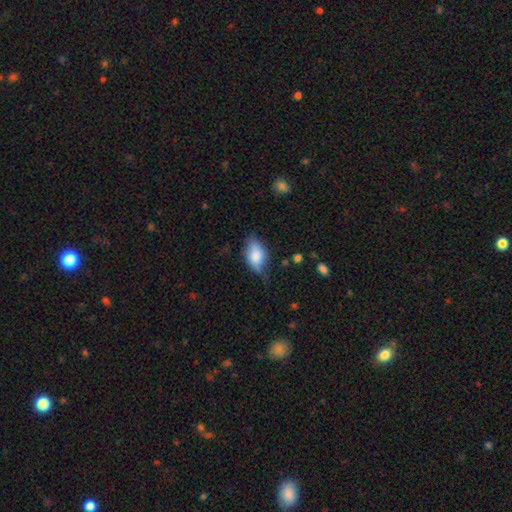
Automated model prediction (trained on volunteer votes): smooth-or-featured: smooth: 73% | featured or disk: 20% | star or artifact: 7%
  how-rounded: in between: 89% | cigar-shaped: 6% | round: 5%
  merging: none: 56% | minor disturbance: 33% | major disturbance: 9% | merger: 2%